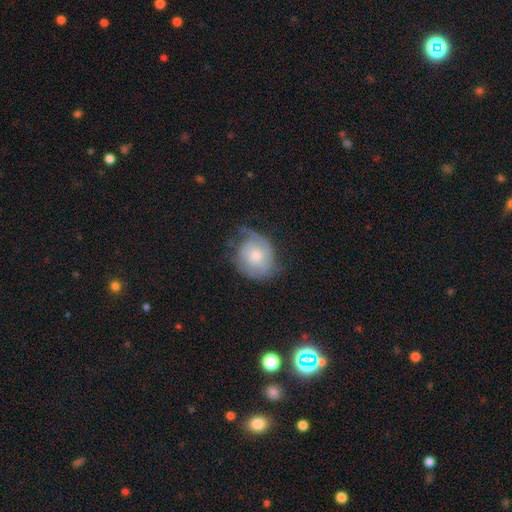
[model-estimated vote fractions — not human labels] Morphology: type=featured or disk (62%); edge-on=no (97%); bar=no (74%); spiral arms=yes (84%); winding=tight (47%); arm count=2 (41%); bulge=moderate (51%); merging=none (48%).